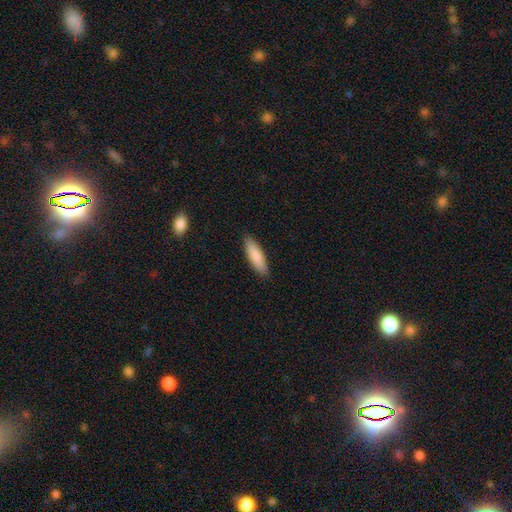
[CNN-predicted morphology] The model was most divided on "how rounded": cigar-shaped: 56%, in between: 43%, round: 1%. More confident: merging — none (89%); smooth or featured — smooth (87%).